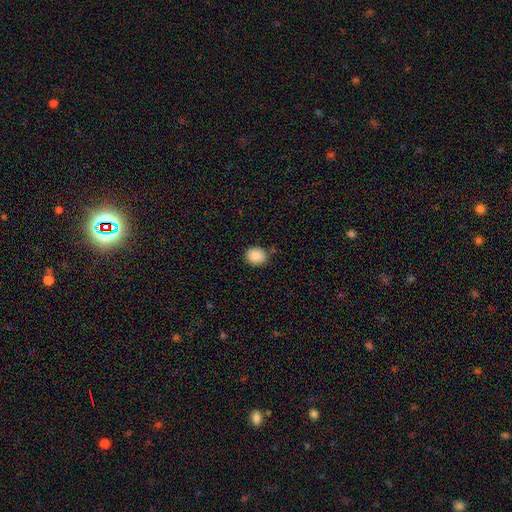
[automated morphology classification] Q: Smooth or featured?
A: smooth (88%); runner-up: star or artifact (8%)
Q: How rounded?
A: round (60%); runner-up: in between (40%)
Q: Merging?
A: none (82%); runner-up: minor disturbance (13%)